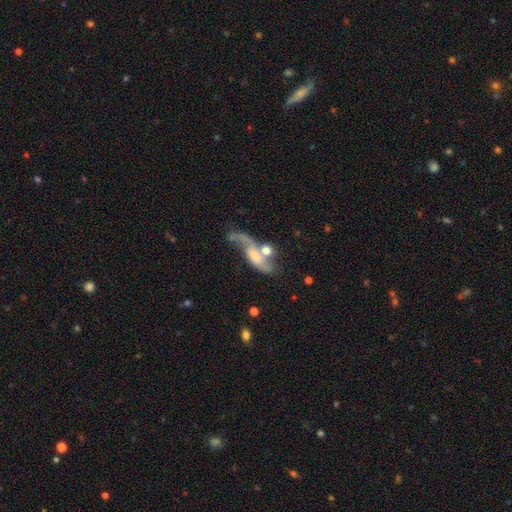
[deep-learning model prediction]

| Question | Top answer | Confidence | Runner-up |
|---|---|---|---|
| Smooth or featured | featured or disk | 71% | smooth (21%) |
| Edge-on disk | no | 88% | yes (12%) |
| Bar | no | 55% | weak (34%) |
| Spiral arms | yes | 87% | no (13%) |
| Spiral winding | loose | 72% | medium (22%) |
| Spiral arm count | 2 | 73% | 1 (18%) |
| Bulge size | small | 41% | moderate (37%) |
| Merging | none | 32% | merger (29%) |